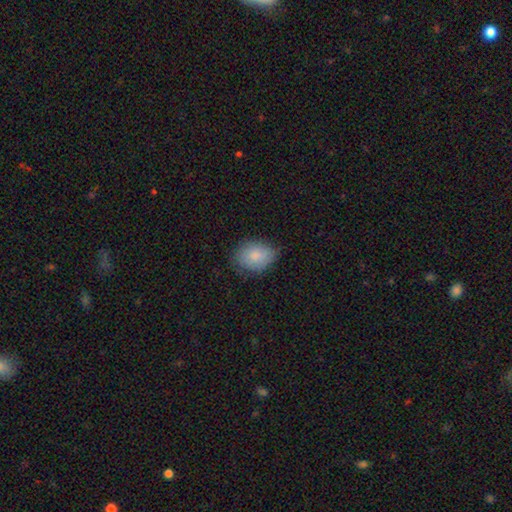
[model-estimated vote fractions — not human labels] This appears to be a smooth galaxy with no disk features (83%) that is in between round and cigar-shaped (67%). Merging: none (70%).